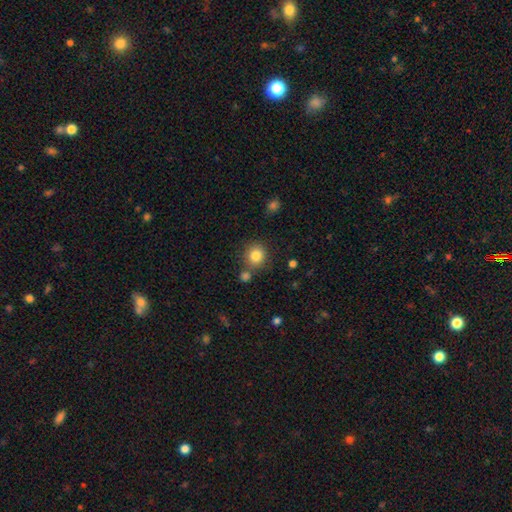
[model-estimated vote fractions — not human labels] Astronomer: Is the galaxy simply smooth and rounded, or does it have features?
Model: smooth — 83%.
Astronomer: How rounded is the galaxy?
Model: round — 88%.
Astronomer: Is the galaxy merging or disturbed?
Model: none — 74%.